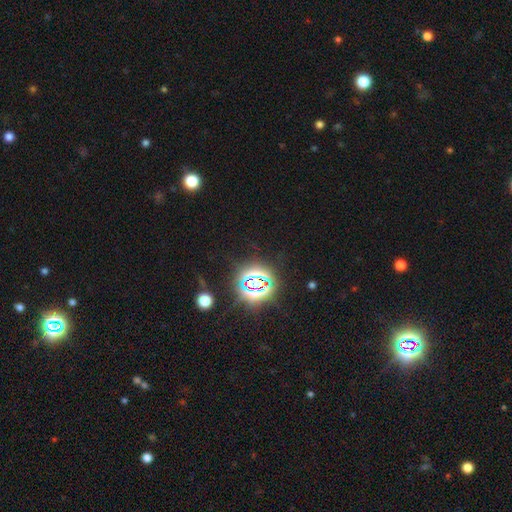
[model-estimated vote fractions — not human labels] Smooth or featured? Predicted: star or artifact (p=0.81).